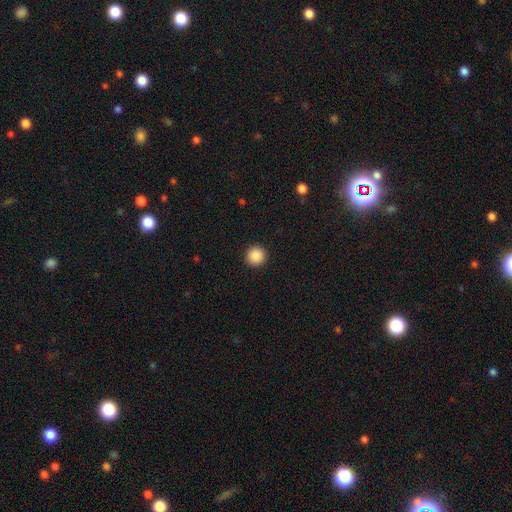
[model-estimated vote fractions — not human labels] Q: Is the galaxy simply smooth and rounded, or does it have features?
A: smooth — 89%.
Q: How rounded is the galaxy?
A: round — 96%.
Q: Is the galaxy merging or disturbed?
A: none — 93%.